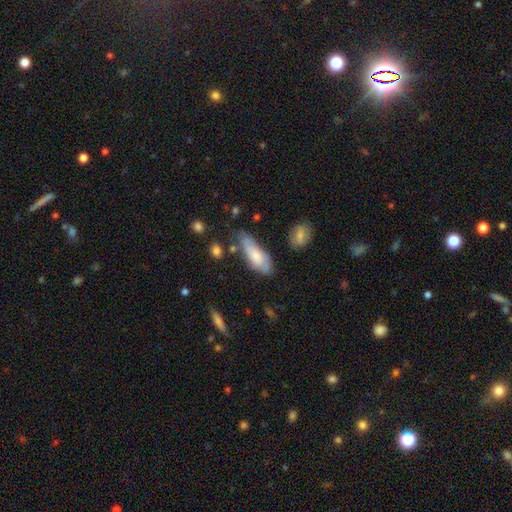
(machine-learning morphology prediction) This is possibly a smooth galaxy (59%). How rounded: likely in between (69%). Merging: possibly none (50%).